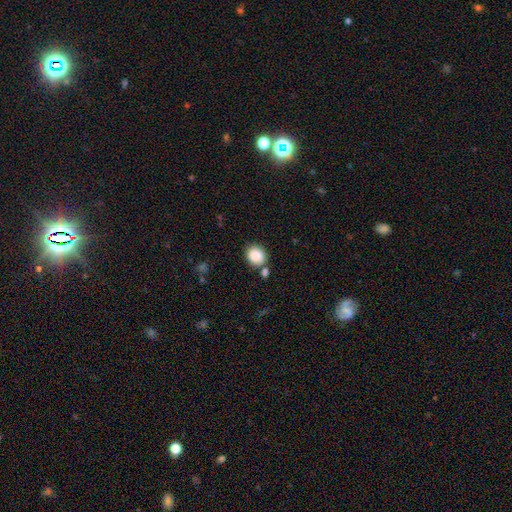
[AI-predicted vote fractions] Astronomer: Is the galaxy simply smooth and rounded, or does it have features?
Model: smooth — 87%.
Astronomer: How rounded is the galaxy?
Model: round — 66%.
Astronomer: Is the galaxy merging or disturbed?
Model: none — 67%.